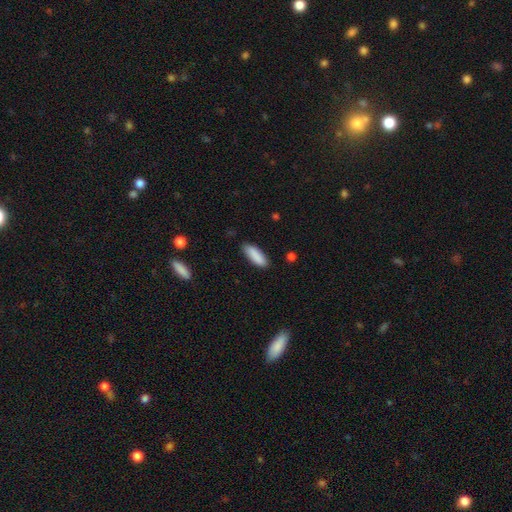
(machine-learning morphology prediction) Overall: smooth (89%). How rounded: in between (64%; cigar-shaped 35%). Merging: none (85%).